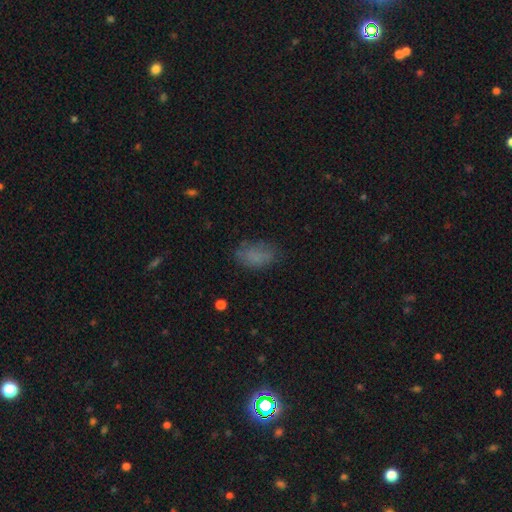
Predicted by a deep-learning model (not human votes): This appears to be a smooth galaxy with no disk features (76%) that is in between round and cigar-shaped (91%). Merging: none (68%).